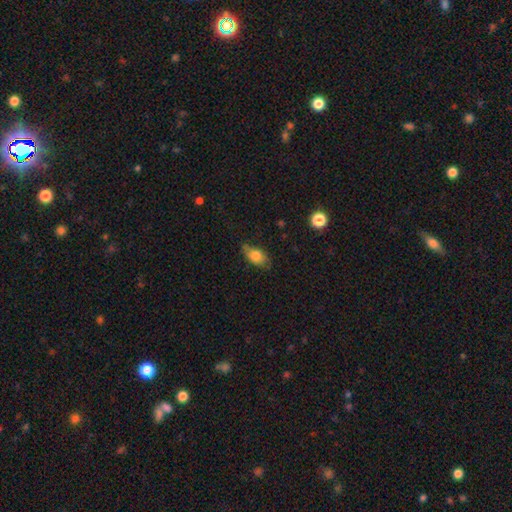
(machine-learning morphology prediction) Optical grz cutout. It shows a smooth galaxy with no disk features (75%) that is in between round and cigar-shaped (84%). Merging: none (61%).